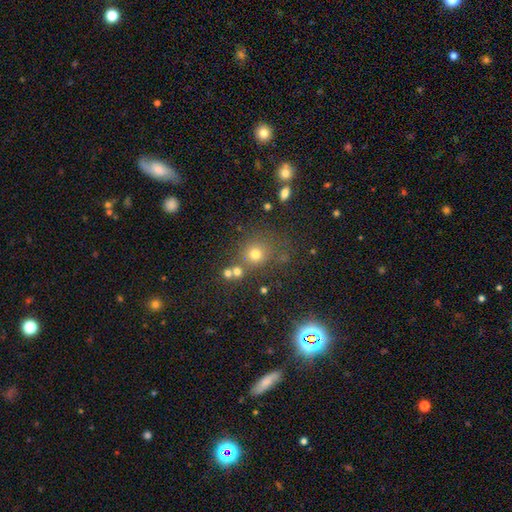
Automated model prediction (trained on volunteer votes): This is possibly a smooth galaxy (48%). Merging: likely none (71%).